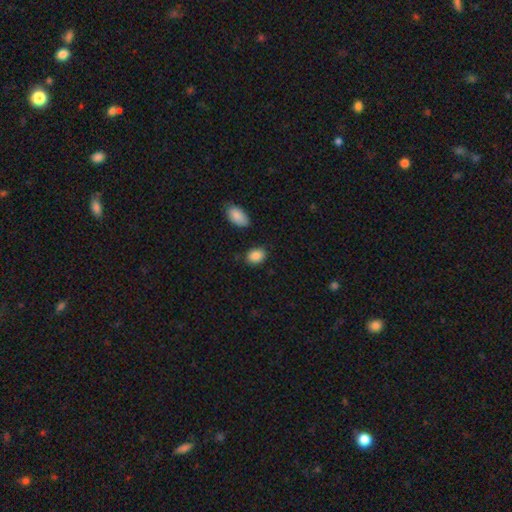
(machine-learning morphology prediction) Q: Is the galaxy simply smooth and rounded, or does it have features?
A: smooth — 88%.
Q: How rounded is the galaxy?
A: in between — 75%.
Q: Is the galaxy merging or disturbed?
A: none — 82%.